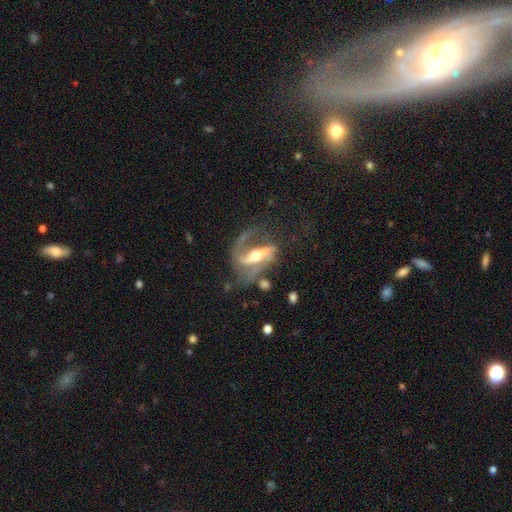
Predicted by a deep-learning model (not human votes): smooth_or_featured: featured or disk (p=0.85) [alt: smooth p=0.09]
disk_edge_on: no (p=0.91) [alt: yes p=0.09]
bar: strong (p=0.56) [alt: weak p=0.26]
has_spiral_arms: yes (p=0.92) [alt: no p=0.08]
spiral_winding: loose (p=0.54) [alt: medium p=0.35]
spiral_arm_count: 2 (p=0.74) [alt: 1 p=0.17]
bulge_size: moderate (p=0.61) [alt: small p=0.32]
merging: none (p=0.46) [alt: major disturbance p=0.28]